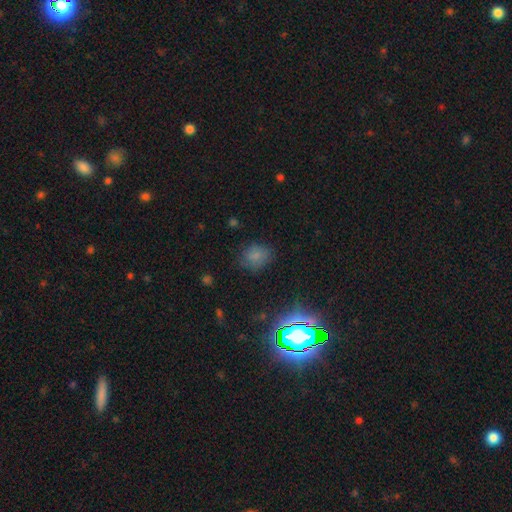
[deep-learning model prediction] smooth 71%, star or artifact 20%, featured or disk 9%. Down the decision tree: how rounded — round (58%); merging — none (71%).